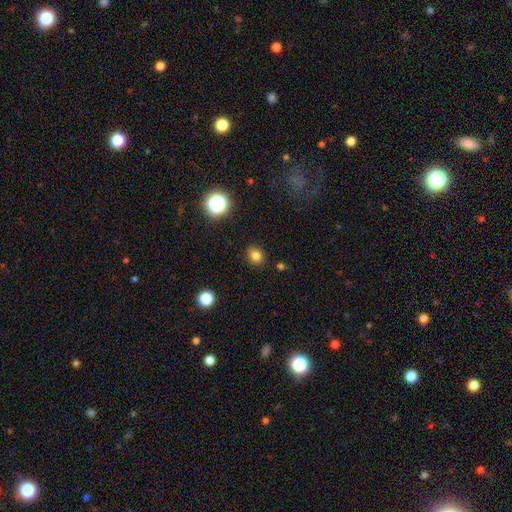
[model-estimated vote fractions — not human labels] This is likely a smooth galaxy (79%). How rounded: likely round (75%). Merging: clearly none (89%).